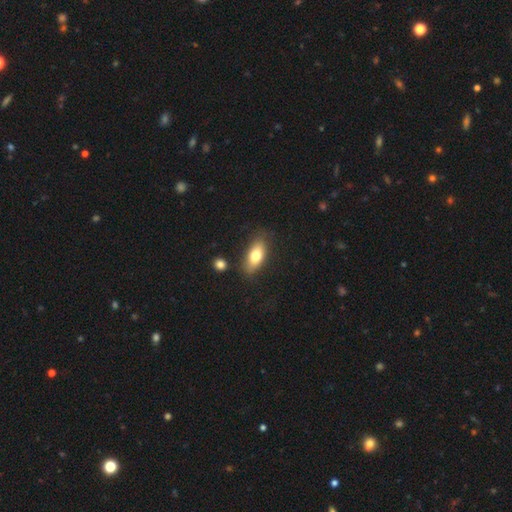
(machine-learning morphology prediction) Q: Smooth or featured?
A: smooth (74%); runner-up: featured or disk (19%)
Q: How rounded?
A: in between (82%); runner-up: cigar-shaped (14%)
Q: Merging?
A: none (79%); runner-up: minor disturbance (14%)